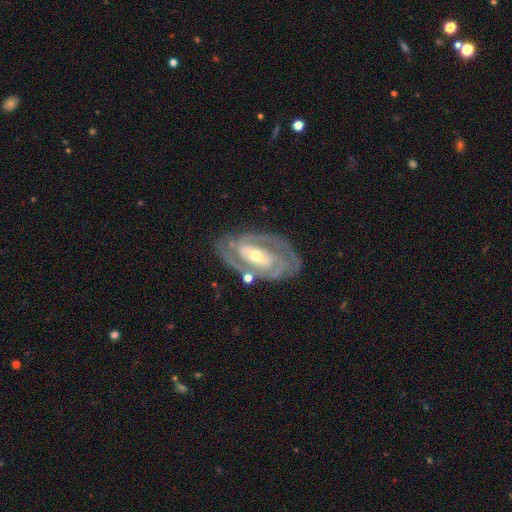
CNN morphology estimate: smooth-or-featured: featured or disk: 86% | smooth: 9% | star or artifact: 5%
  disk-edge-on: no: 95% | yes: 5%
    bar: no: 41% | weak: 31% | strong: 28%
    has-spiral-arms: yes: 88% | no: 12%
      spiral-winding: tight: 63% | medium: 29% | loose: 7%
      spiral-arm-count: 2: 63% | can't tell: 19% | 3: 9% | 1: 4% | 4: 3% | more than 4: 2%
    bulge-size: small: 51% | moderate: 45% | large: 3% | none: 1% | dominant: 1%
  merging: none: 74% | minor disturbance: 15% | major disturbance: 7% | merger: 4%